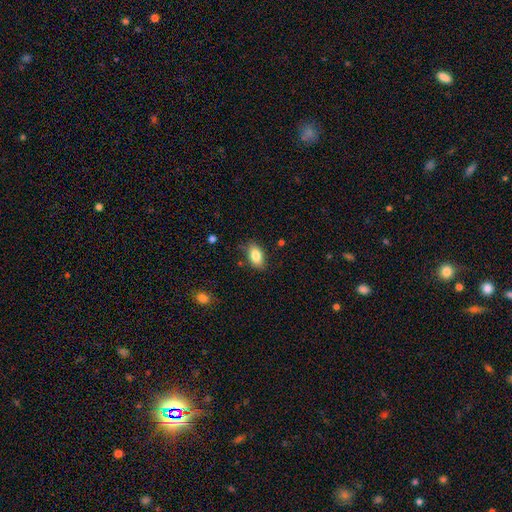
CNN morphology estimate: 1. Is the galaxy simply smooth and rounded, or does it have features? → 84% smooth, 8% featured or disk, 8% star or artifact.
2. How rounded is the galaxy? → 91% in between, 7% round, 2% cigar-shaped.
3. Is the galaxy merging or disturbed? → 80% none, 15% minor disturbance, 3% major disturbance, 2% merger.